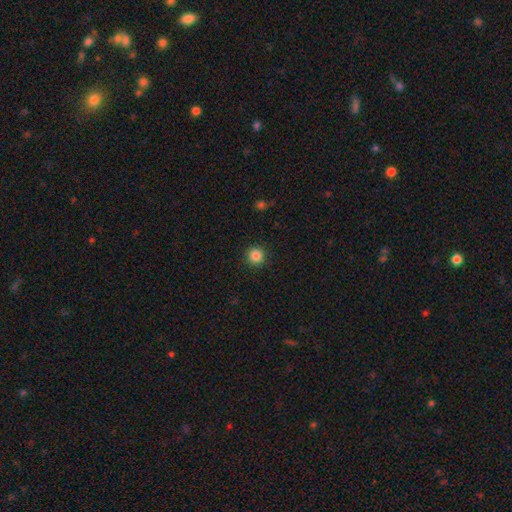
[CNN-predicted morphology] Smooth or featured?
  - smooth: 85% *
  - star or artifact: 11%
  - featured or disk: 4%
How rounded?
  - round: 96% *
  - in between: 3%
  - cigar-shaped: 1%
Merging?
  - none: 92% *
  - minor disturbance: 5%
  - major disturbance: 2%
  - merger: 1%